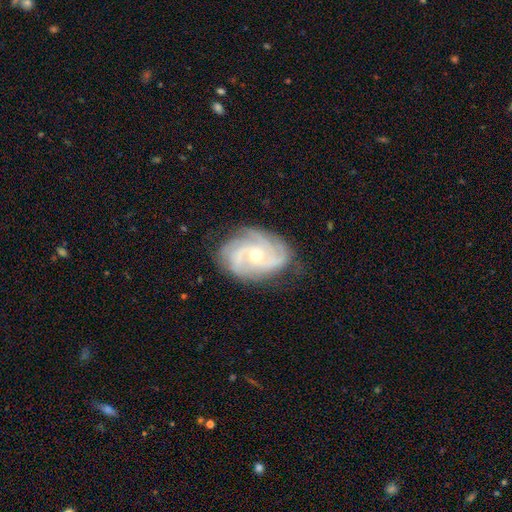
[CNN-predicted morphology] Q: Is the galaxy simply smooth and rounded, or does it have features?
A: featured or disk — 88%.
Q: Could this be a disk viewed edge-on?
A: no — 97%.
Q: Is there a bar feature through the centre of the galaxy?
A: no — 69%.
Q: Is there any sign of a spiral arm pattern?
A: yes — 97%.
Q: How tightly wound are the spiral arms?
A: tight — 58%.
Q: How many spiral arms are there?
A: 3 — 40%.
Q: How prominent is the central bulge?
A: small — 49%.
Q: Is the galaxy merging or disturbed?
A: none — 75%.